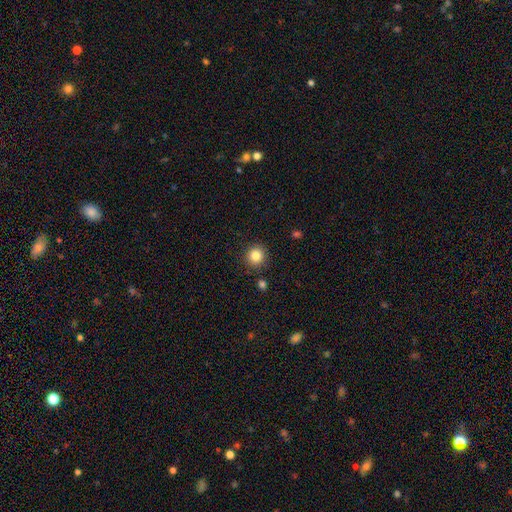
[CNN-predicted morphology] smooth-or-featured: smooth: 83% | star or artifact: 11% | featured or disk: 6%
  how-rounded: round: 92% | in between: 7% | cigar-shaped: 1%
  merging: none: 89% | minor disturbance: 7% | merger: 2% | major disturbance: 2%